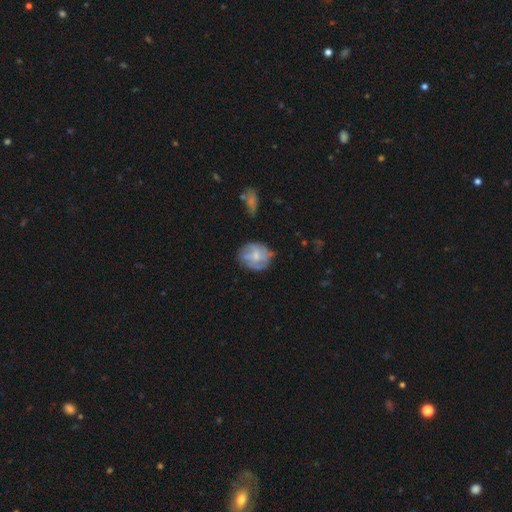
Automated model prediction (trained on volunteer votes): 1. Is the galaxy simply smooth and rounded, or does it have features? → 49% featured or disk, 44% smooth, 7% star or artifact.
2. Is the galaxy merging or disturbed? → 67% none, 22% minor disturbance, 9% major disturbance, 2% merger.